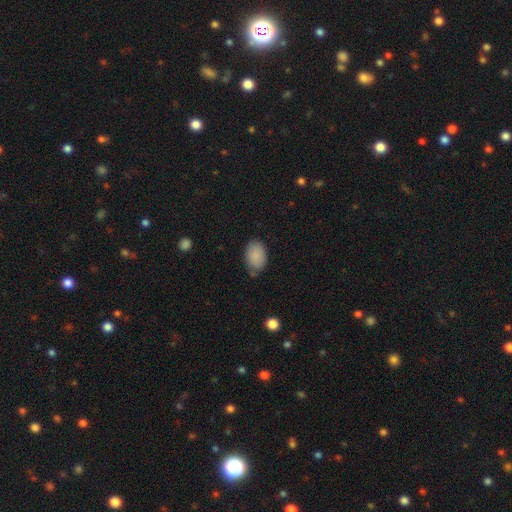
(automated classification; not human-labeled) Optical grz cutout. It shows a smooth galaxy with no disk features (88%) that is in between round and cigar-shaped (87%). Merging: none (74%).